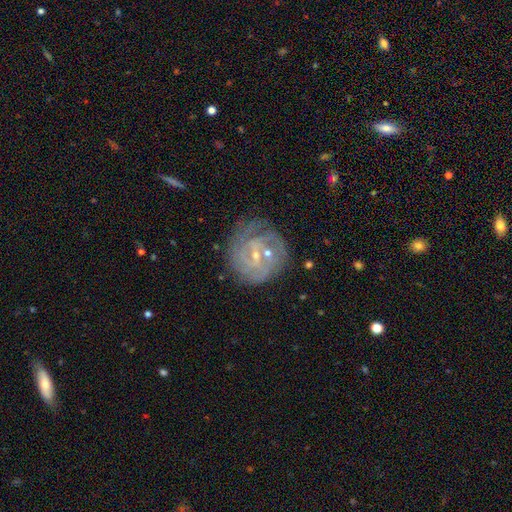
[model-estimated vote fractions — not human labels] Overall: featured or disk (80%). Edge-on disk: no (97%). Bar: weak (49%; no 37%). Spiral arms: yes (93%). Spiral arm count: can't tell (31%; 2 23%). Spiral winding: tight (71%). Bulge size: small (74%). Merging: none (68%).